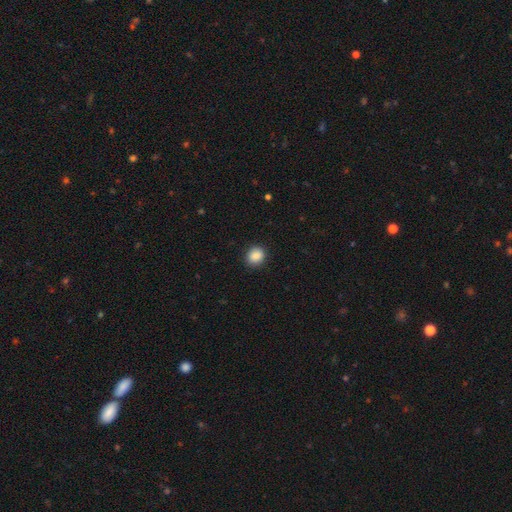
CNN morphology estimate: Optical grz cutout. It shows a smooth galaxy with no disk features (88%) that is round (75%). Merging: none (90%).